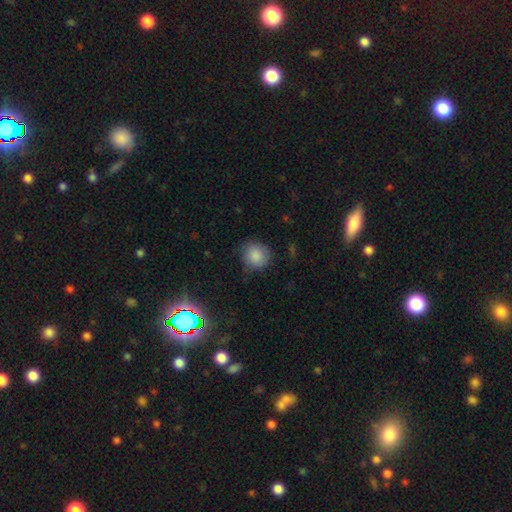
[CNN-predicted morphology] Smooth or featured: smooth — 85% (star or artifact — 9%)
How rounded: round — 91% (in between — 8%)
Merging: none — 77% (minor disturbance — 17%)